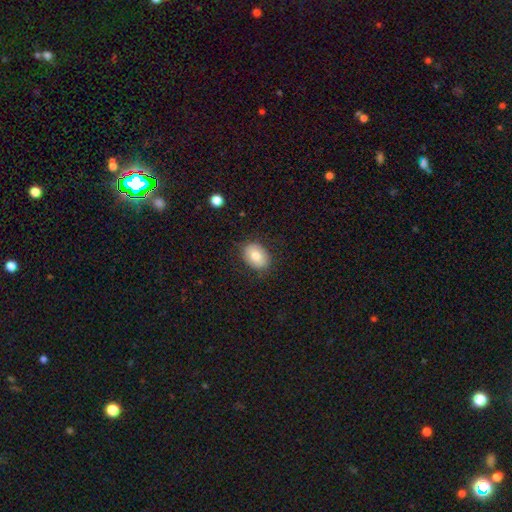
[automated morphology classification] smooth-or-featured: smooth: 76% | featured or disk: 16% | star or artifact: 8%
  how-rounded: in between: 72% | round: 27% | cigar-shaped: 1%
  merging: none: 83% | minor disturbance: 12% | major disturbance: 3% | merger: 1%